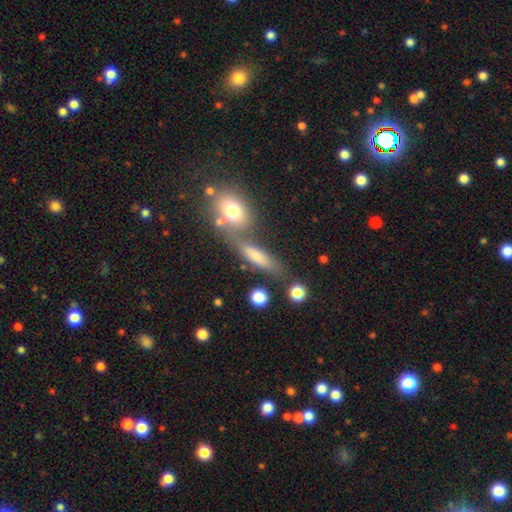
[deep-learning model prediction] smooth-or-featured: smooth: 48% | featured or disk: 33% | star or artifact: 19%
  merging: none: 52% | merger: 31% | minor disturbance: 11% | major disturbance: 6%